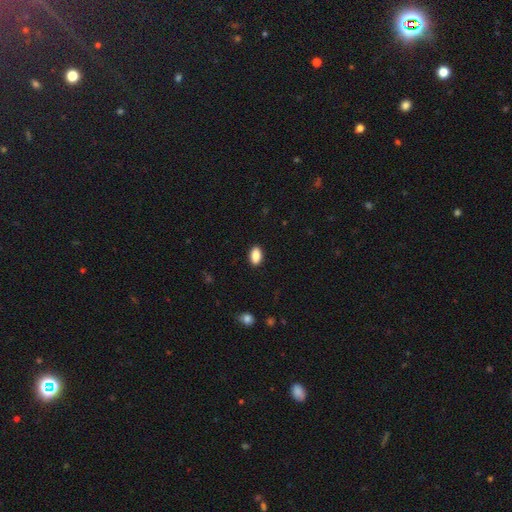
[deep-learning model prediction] smooth-or-featured: smooth: 88% | star or artifact: 7% | featured or disk: 5%
  how-rounded: in between: 91% | round: 6% | cigar-shaped: 3%
  merging: none: 90% | minor disturbance: 7% | major disturbance: 2% | merger: 1%